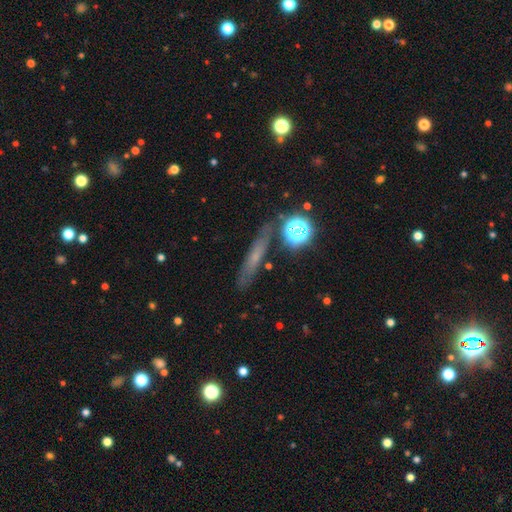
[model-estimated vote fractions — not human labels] A smooth galaxy with no disk features (45%). Merging: none (79%).